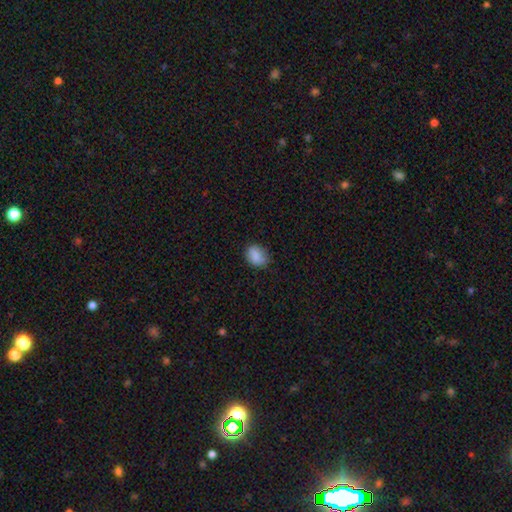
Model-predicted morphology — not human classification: The model was most divided on "how rounded": in between: 64%, round: 35%, cigar-shaped: 1%. More confident: smooth or featured — smooth (87%); merging — none (76%).